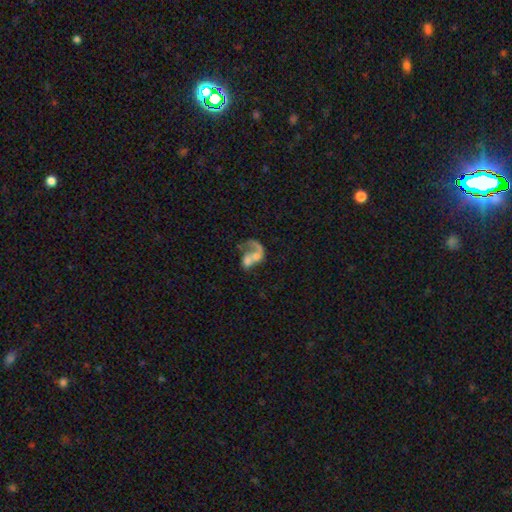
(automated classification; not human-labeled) Smooth or featured?
  - featured or disk: 57% *
  - smooth: 32%
  - star or artifact: 11%
Edge-on disk?
  - no: 98% *
  - yes: 2%
Bar?
  - no: 82% *
  - weak: 14%
  - strong: 4%
Spiral arms?
  - no: 55% *
  - yes: 45%
Bulge size?
  - none: 39% *
  - moderate: 25%
  - small: 20%
  - large: 12%
  - dominant: 4%
Merging?
  - merger: 54% *
  - major disturbance: 23%
  - none: 15%
  - minor disturbance: 7%